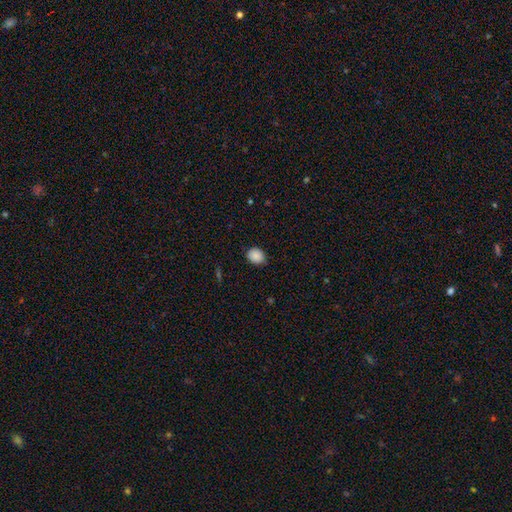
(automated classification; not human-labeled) The model was most divided on "how rounded": round: 59%, in between: 40%, cigar-shaped: 1%. More confident: smooth or featured — smooth (87%); merging — none (83%).